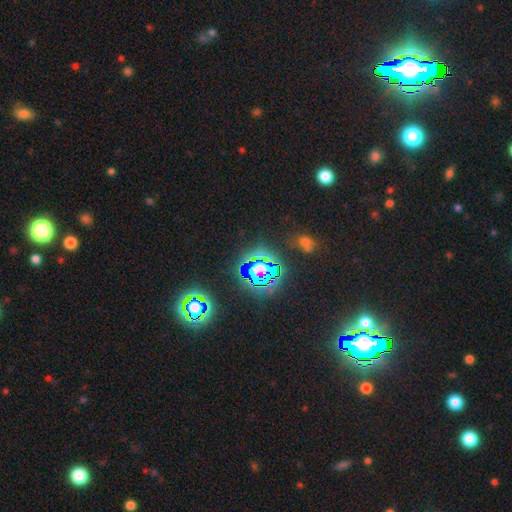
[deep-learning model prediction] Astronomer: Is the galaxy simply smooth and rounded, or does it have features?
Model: star or artifact — 75%.